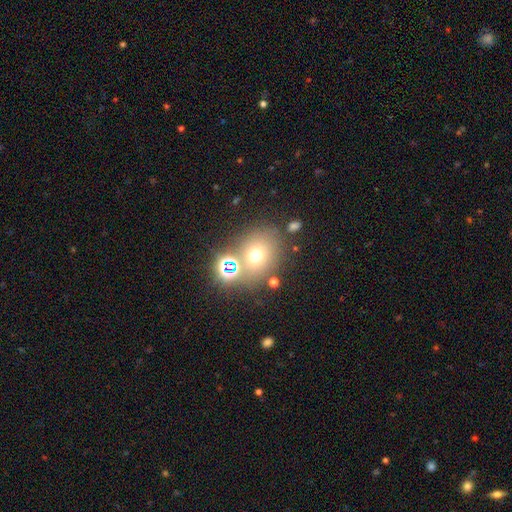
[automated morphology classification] This appears to be a smooth galaxy with no disk features (62%) that is round (71%). Merging: none (69%).